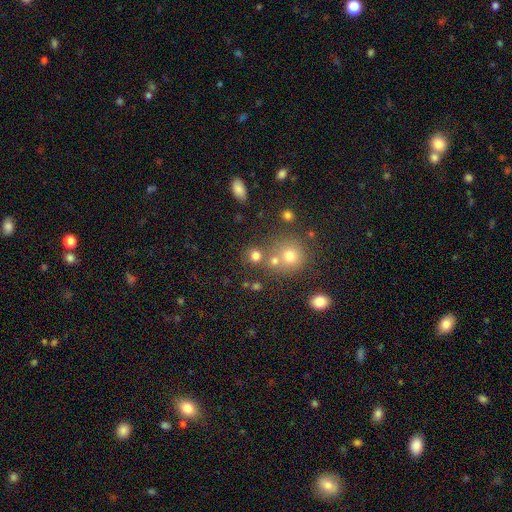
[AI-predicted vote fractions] This appears to be a smooth galaxy with no disk features (74%) that is round (85%). Merging: none (63%).